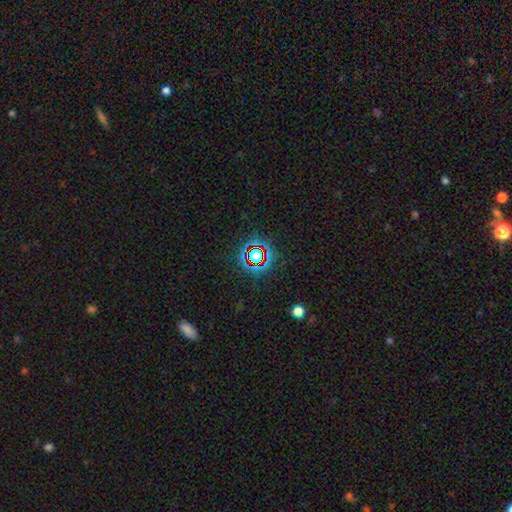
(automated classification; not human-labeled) A star or artifact, not a galaxy (71%).

Vote fractions:
- Smooth or featured? star or artifact: 71% / smooth: 19% / featured or disk: 10%